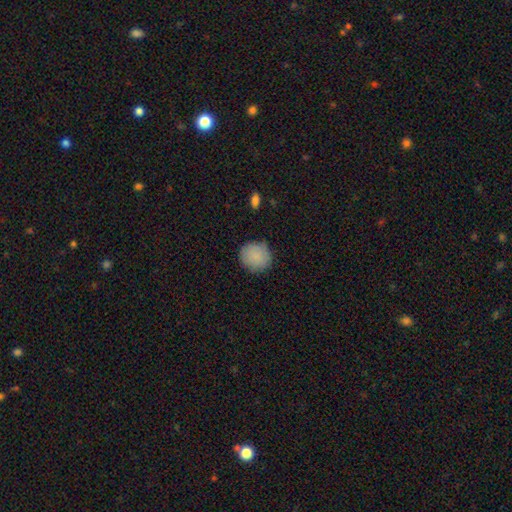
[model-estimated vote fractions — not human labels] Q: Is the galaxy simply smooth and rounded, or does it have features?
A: smooth — 87%.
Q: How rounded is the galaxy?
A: round — 86%.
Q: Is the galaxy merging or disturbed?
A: none — 81%.